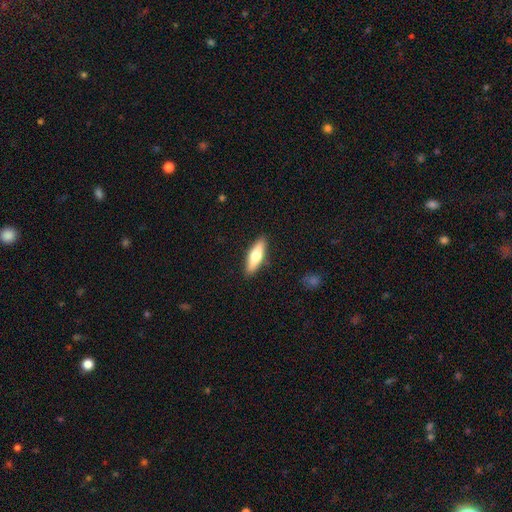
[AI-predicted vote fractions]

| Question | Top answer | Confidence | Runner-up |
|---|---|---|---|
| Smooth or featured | smooth | 63% | featured or disk (31%) |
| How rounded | cigar-shaped | 50% | in between (48%) |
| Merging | none | 88% | minor disturbance (9%) |